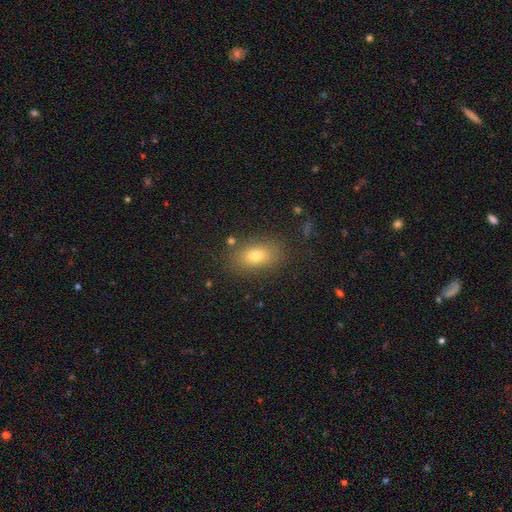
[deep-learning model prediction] A smooth galaxy with no disk features (74%) that is in between round and cigar-shaped (85%).

Vote fractions:
- Smooth or featured? smooth: 74% / featured or disk: 13% / star or artifact: 13%
- How rounded? in between: 85% / round: 10% / cigar-shaped: 5%
- Merging? none: 84% / minor disturbance: 11% / major disturbance: 3% / merger: 3%